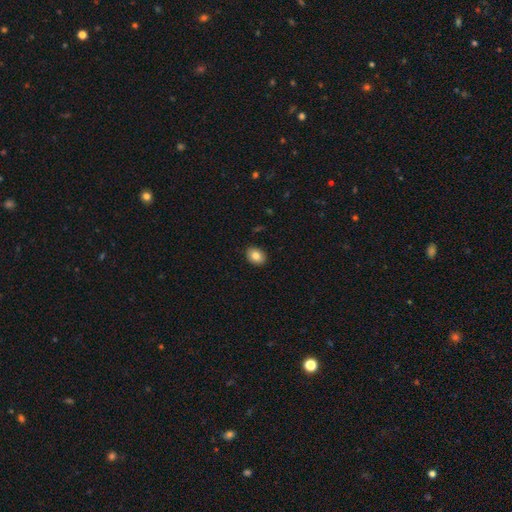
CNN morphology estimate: Q: Smooth or featured?
A: smooth (86%); runner-up: star or artifact (8%)
Q: How rounded?
A: in between (65%); runner-up: round (34%)
Q: Merging?
A: none (90%); runner-up: minor disturbance (7%)